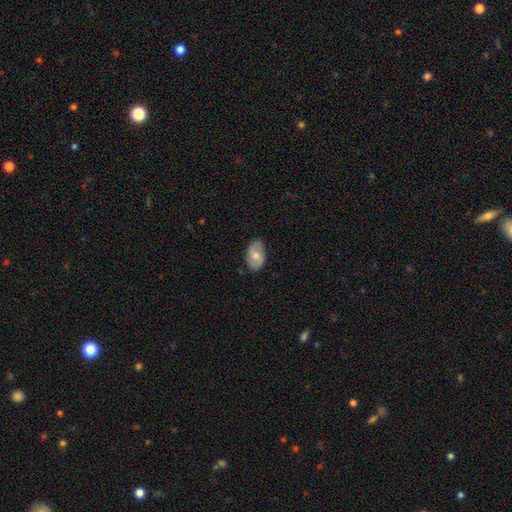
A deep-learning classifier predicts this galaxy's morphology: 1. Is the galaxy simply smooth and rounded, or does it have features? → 57% smooth, 37% featured or disk, 6% star or artifact.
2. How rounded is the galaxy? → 92% in between, 7% round, 2% cigar-shaped.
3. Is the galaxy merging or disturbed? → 79% none, 16% minor disturbance, 3% major disturbance, 1% merger.